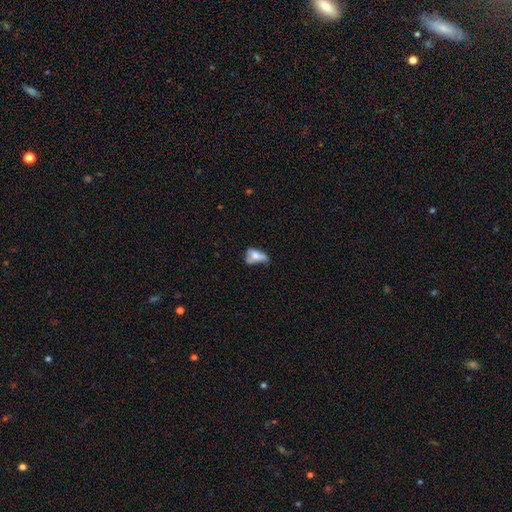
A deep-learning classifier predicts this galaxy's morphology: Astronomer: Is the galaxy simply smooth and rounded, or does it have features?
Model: smooth — 62%.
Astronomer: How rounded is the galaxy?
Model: in between — 85%.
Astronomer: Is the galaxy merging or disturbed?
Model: major disturbance — 32% (runner-up: minor disturbance, 31%).